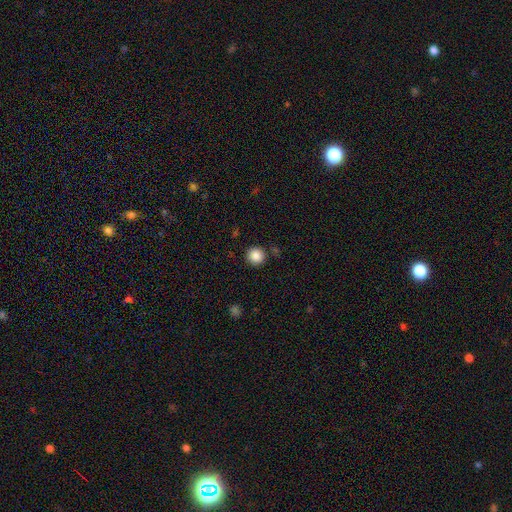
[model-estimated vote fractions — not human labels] This is clearly a smooth galaxy (87%). How rounded: clearly round (95%). Merging: clearly none (89%).